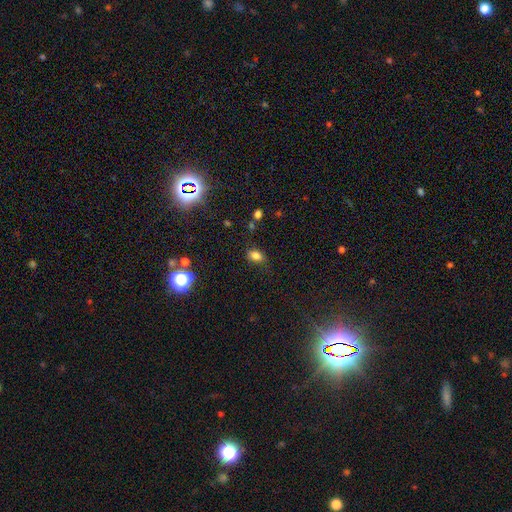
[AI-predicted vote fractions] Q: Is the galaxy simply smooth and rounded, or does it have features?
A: smooth — 79%.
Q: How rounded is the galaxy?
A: in between — 78%.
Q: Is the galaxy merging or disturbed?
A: none — 71%.